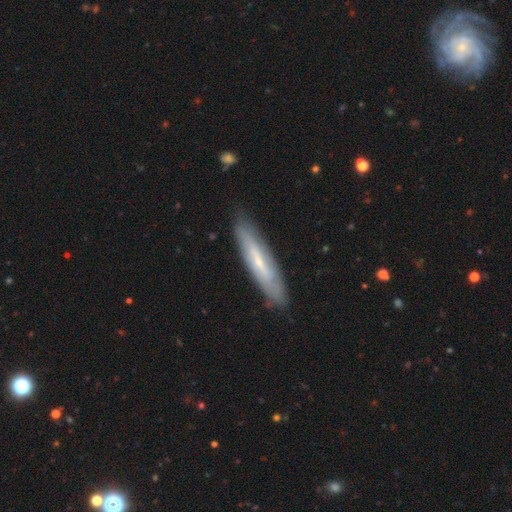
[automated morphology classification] This is possibly a featured or disk galaxy (53%). It is possibly viewed edge-on (60%). Merging: clearly none (85%).